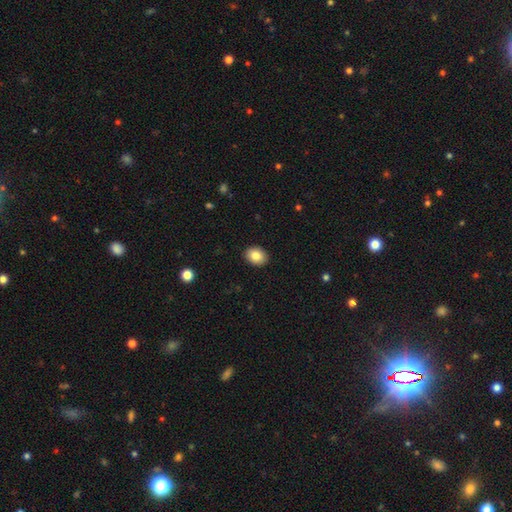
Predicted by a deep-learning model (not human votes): Morphology: type=smooth (85%); roundness=in between (60%); merging=none (91%).